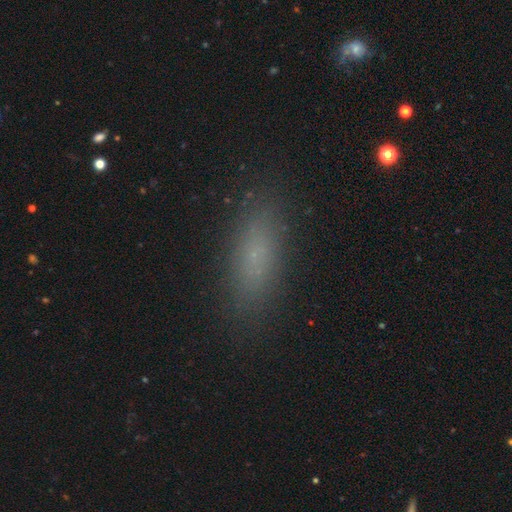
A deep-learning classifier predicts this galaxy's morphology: Smooth or featured? Predicted: smooth (p=0.73). How rounded? Predicted: in between (p=0.60). Merging? Predicted: none (p=0.86).